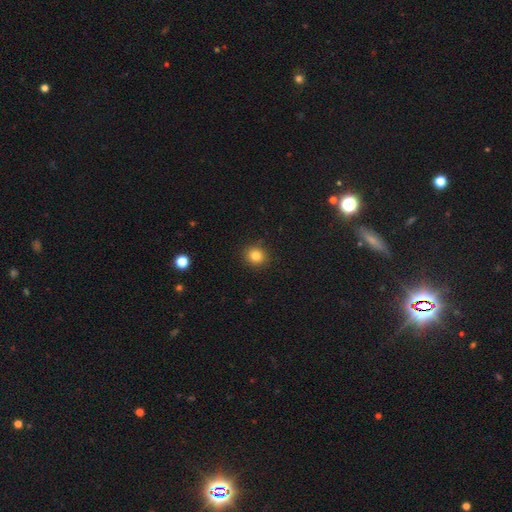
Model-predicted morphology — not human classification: type=smooth (83%); roundness=round (86%); merging=none (90%).